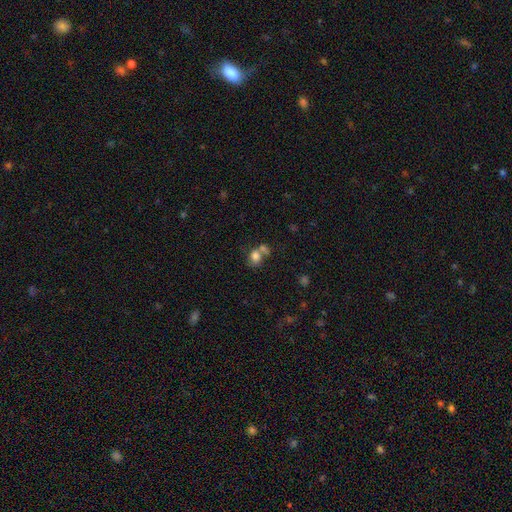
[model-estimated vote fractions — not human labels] smooth 75%, featured or disk 14%, star or artifact 12%. Down the decision tree: how rounded — round (52%); merging — merger (47%).